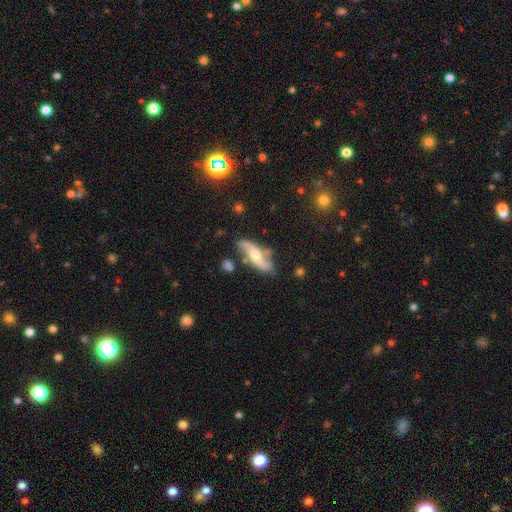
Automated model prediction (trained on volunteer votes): Smooth or featured?
  - featured or disk: 76% *
  - smooth: 18%
  - star or artifact: 6%
Edge-on disk?
  - no: 85% *
  - yes: 15%
Bar?
  - no: 52% *
  - weak: 32%
  - strong: 17%
Spiral arms?
  - yes: 93% *
  - no: 7%
Spiral winding?
  - loose: 74% *
  - medium: 20%
  - tight: 7%
Spiral arm count?
  - 2: 92% *
  - can't tell: 4%
  - 1: 2%
  - 3: 1%
  - 4: 1%
  - more than 4: 1%
Bulge size?
  - moderate: 59% *
  - small: 27%
  - large: 9%
  - none: 4%
  - dominant: 2%
Merging?
  - none: 68% *
  - minor disturbance: 19%
  - major disturbance: 7%
  - merger: 6%